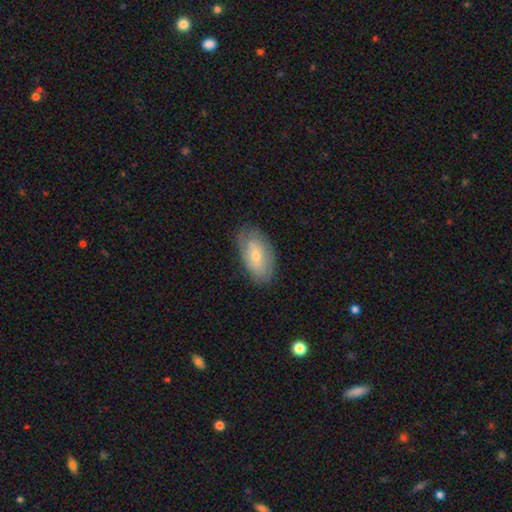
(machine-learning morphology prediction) Smooth or featured? smooth (53%)
How rounded? in between (92%)
Merging? none (76%)